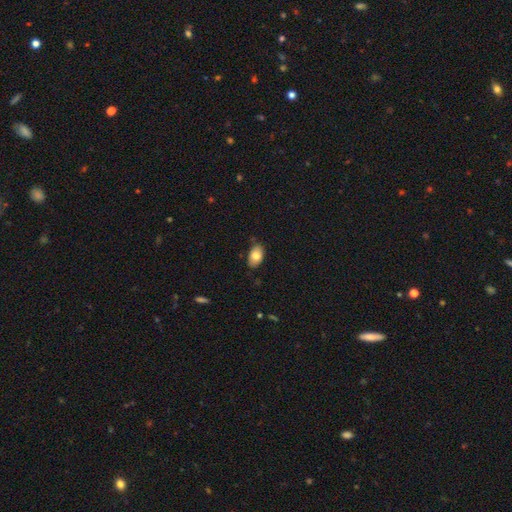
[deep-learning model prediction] Overall: smooth (80%). How rounded: in between (92%). Merging: none (80%).